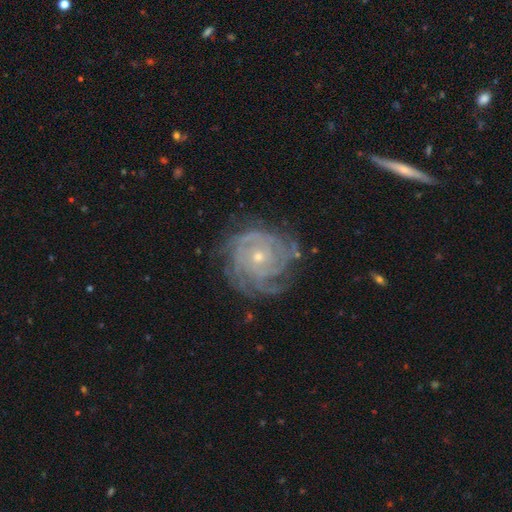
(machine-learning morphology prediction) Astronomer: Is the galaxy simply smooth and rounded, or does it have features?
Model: featured or disk — 85%.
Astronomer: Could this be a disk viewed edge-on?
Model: no — 97%.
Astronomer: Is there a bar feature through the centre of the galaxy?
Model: no — 78%.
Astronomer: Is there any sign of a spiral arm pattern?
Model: yes — 96%.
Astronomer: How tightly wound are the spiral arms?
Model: tight — 78%.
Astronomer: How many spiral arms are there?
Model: can't tell — 28% (runner-up: 4, 21%).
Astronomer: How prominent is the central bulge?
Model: small — 68%.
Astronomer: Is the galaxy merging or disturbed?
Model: none — 75%.